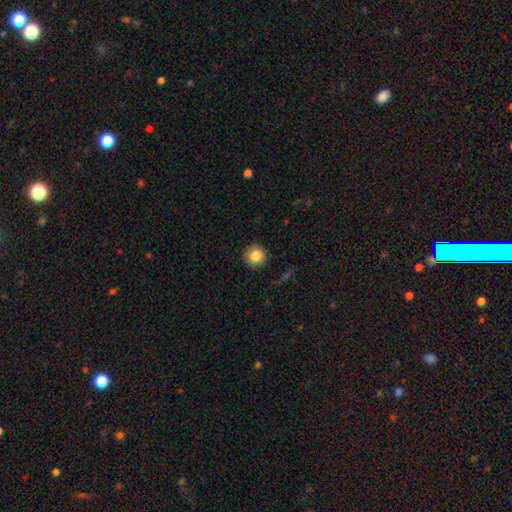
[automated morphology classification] This appears to be a smooth galaxy with no disk features (84%) that is round (94%). Merging: none (90%).